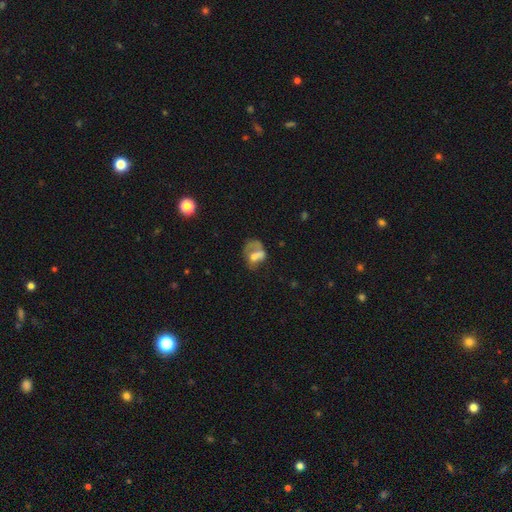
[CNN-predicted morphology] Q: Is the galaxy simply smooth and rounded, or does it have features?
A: smooth — 47%.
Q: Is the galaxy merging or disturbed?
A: major disturbance — 43%.